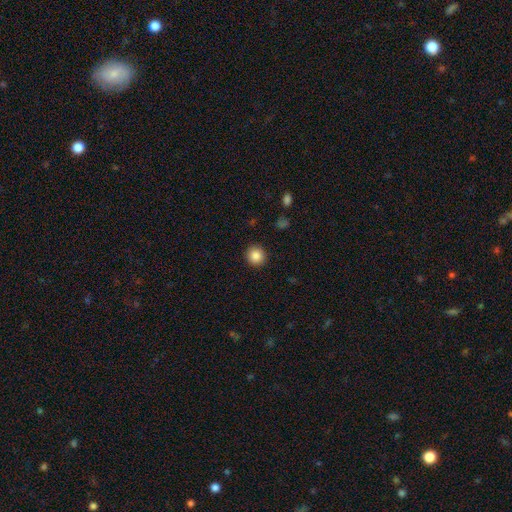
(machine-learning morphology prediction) A smooth galaxy with no disk features (86%) that is round (93%). Merging: none (92%).